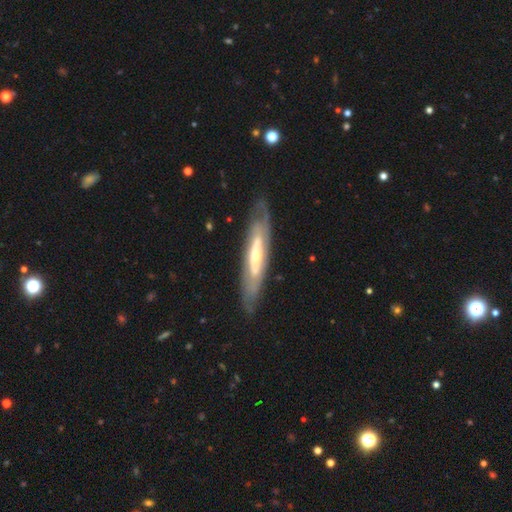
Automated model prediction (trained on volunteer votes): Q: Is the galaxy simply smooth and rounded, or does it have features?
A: featured or disk — 72%.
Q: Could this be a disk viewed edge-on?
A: no — 56%.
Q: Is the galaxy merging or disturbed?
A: none — 78%.